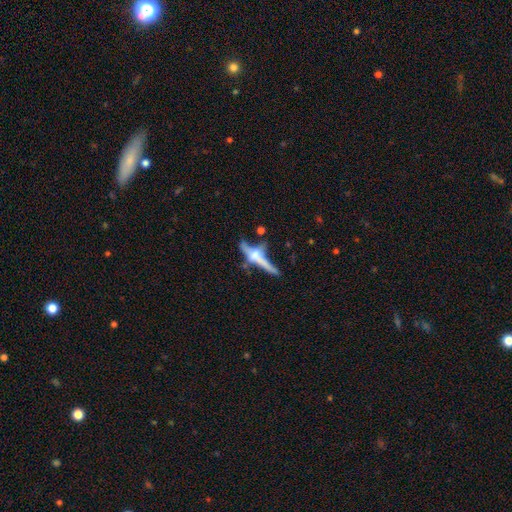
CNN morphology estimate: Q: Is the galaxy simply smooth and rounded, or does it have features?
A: featured or disk — 54%.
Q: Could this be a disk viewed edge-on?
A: yes — 78%.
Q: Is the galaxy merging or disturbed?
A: none — 41%.